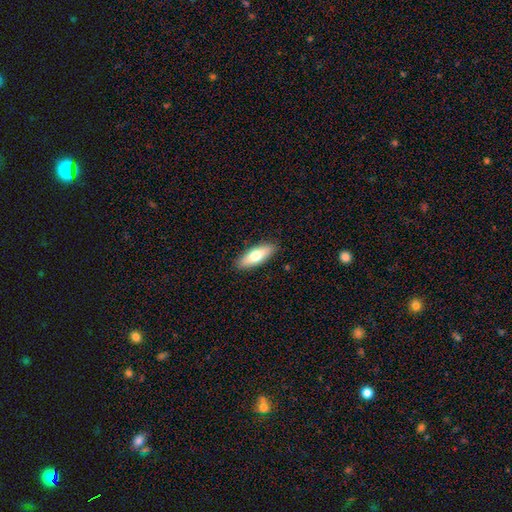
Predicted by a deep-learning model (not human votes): Smooth or featured?
  - smooth: 69% *
  - featured or disk: 25%
  - star or artifact: 6%
How rounded?
  - in between: 62% *
  - cigar-shaped: 36%
  - round: 2%
Merging?
  - none: 89% *
  - minor disturbance: 8%
  - major disturbance: 2%
  - merger: 1%